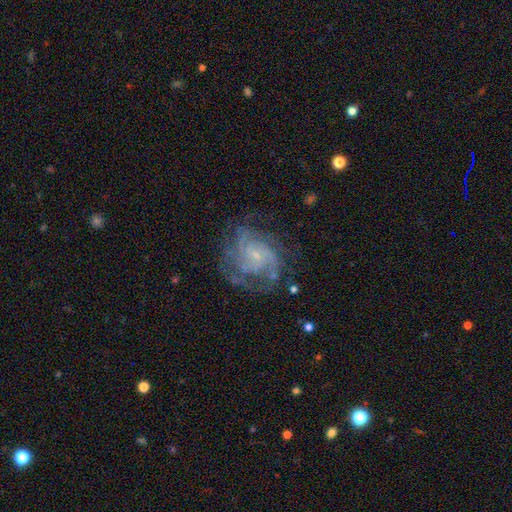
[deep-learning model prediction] This is clearly a featured or disk galaxy (84%). It is clearly not viewed edge-on (98%). Bar: likely no (64%). Spiral arm pattern: clearly yes (94%). Spiral arm count: marginally can't tell (28%). Spiral winding: possibly tight (49%). Central bulge: likely small (78%). Merging: likely none (65%).